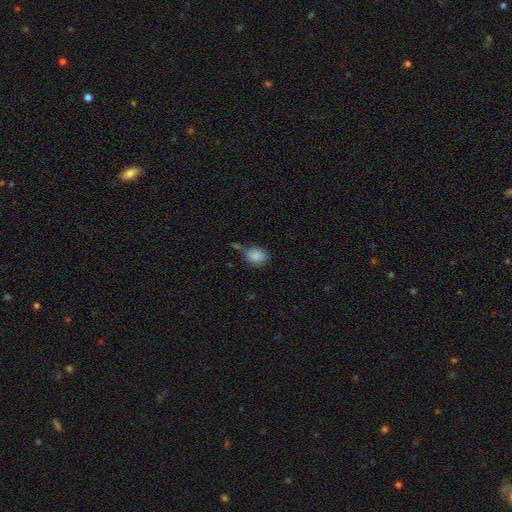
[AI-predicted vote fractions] Smooth or featured? Predicted: smooth (p=0.86). How rounded? Predicted: in between (p=0.59). Merging? Predicted: none (p=0.59).